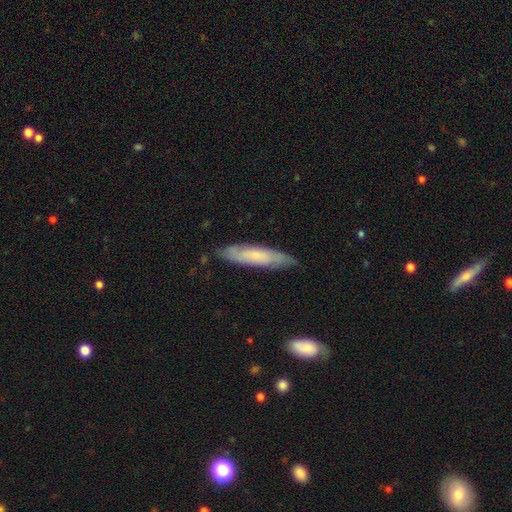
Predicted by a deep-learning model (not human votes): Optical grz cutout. It shows a smooth galaxy with no disk features (53%) that is cigar-shaped (77%). Merging: none (81%).